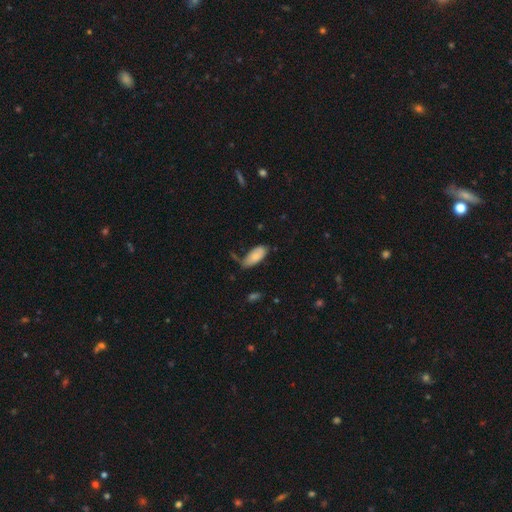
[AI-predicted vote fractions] Overall: smooth (80%). How rounded: in between (90%). Merging: none (49%; minor disturbance 34%).